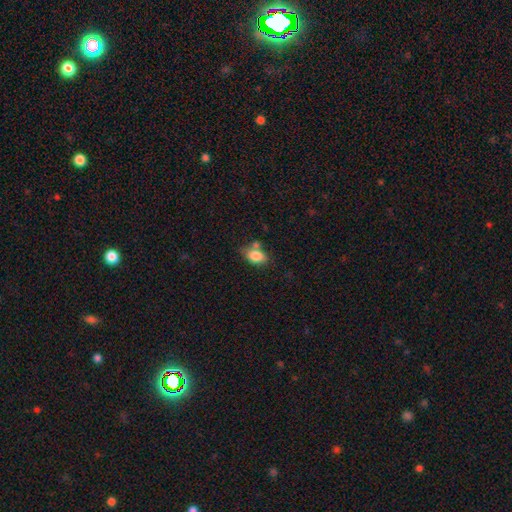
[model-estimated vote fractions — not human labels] The model was most divided on "merging": none: 55%, merger: 20%, minor disturbance: 19%, major disturbance: 5%. More confident: how rounded — in between (84%); smooth or featured — smooth (84%).